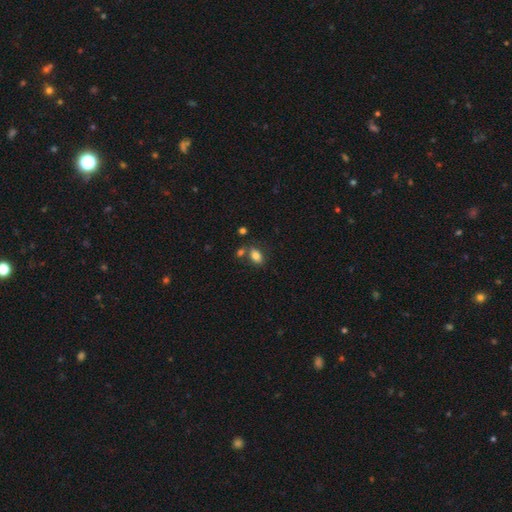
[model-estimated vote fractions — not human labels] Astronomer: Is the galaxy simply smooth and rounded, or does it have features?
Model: smooth — 83%.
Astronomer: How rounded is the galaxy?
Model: in between — 88%.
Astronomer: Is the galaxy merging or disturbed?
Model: none — 66%.